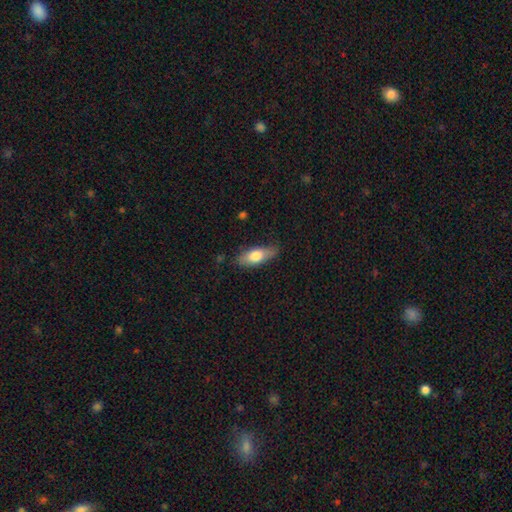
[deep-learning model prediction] A smooth galaxy with no disk features (72%) that is in between round and cigar-shaped (73%). Merging: none (78%).